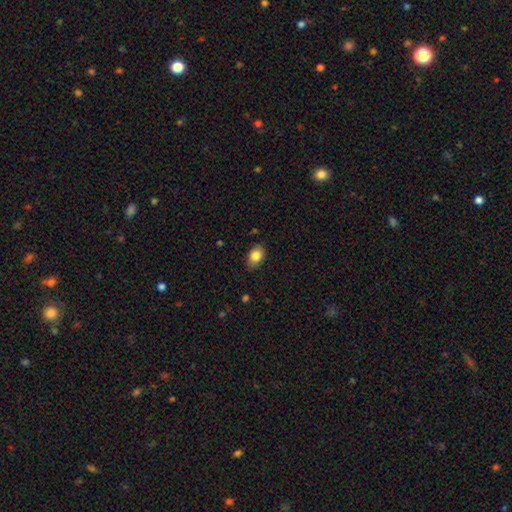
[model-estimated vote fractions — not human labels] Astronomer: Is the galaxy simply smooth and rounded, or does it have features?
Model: smooth — 84%.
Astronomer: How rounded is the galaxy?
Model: in between — 81%.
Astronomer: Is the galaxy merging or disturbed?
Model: none — 82%.